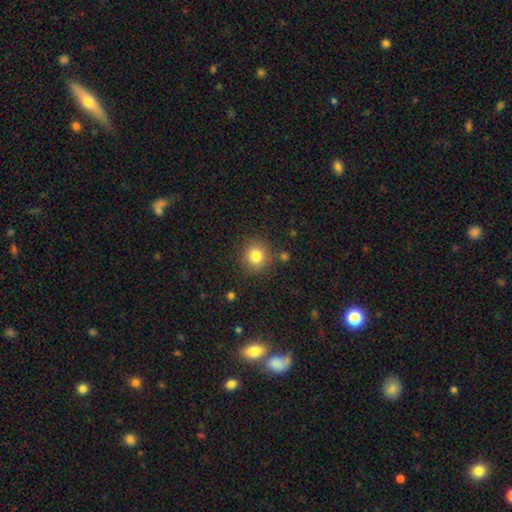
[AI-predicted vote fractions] smooth 81%, star or artifact 12%, featured or disk 7%. Down the decision tree: how rounded — round (89%); merging — none (85%).